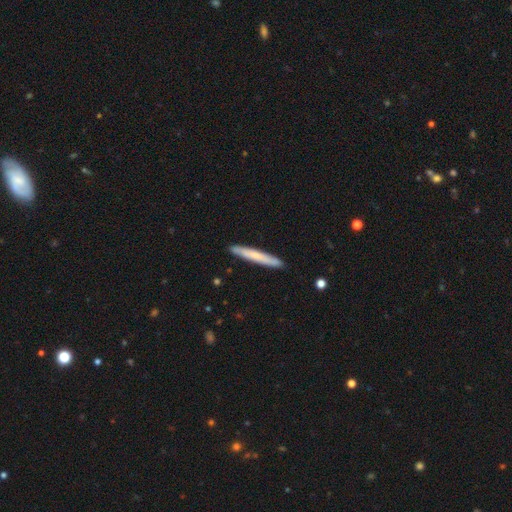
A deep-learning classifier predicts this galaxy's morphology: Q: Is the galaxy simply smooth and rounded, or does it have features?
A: smooth — 62%.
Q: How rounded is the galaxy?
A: cigar-shaped — 96%.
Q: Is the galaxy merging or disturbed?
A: none — 90%.